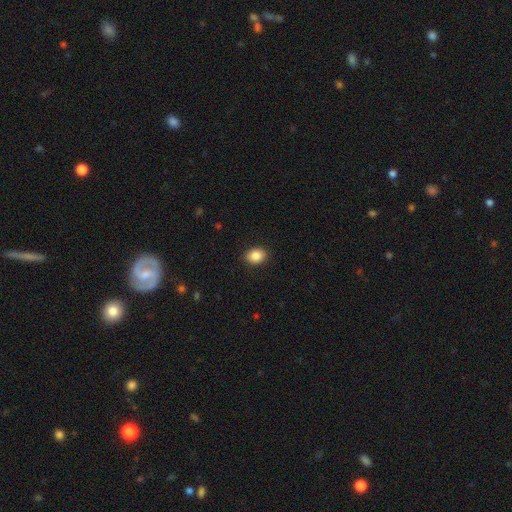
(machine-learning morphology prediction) A smooth galaxy with no disk features (86%) that is in between round and cigar-shaped (62%). Merging: none (90%).